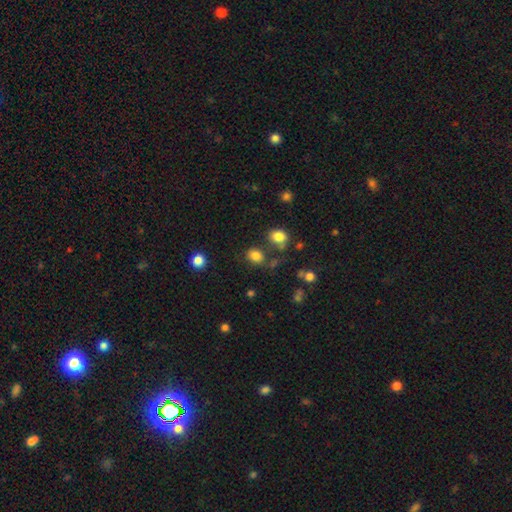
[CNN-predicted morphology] Smooth or featured?
  - smooth: 82% *
  - star or artifact: 13%
  - featured or disk: 6%
How rounded?
  - round: 50% *
  - in between: 49%
  - cigar-shaped: 1%
Merging?
  - none: 71% *
  - minor disturbance: 14%
  - merger: 10%
  - major disturbance: 5%